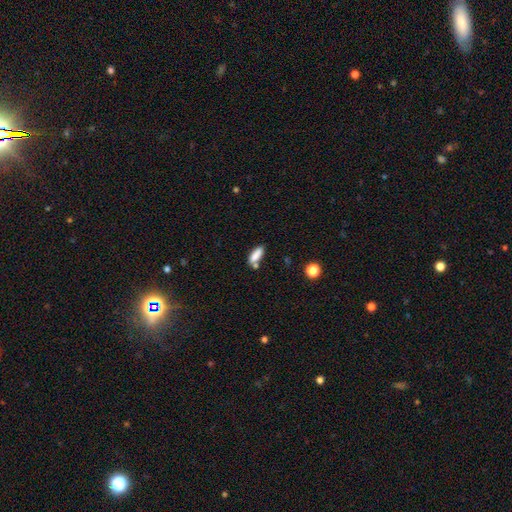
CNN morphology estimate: Q: Smooth or featured?
A: smooth (83%); runner-up: featured or disk (9%)
Q: How rounded?
A: in between (59%); runner-up: cigar-shaped (39%)
Q: Merging?
A: none (59%); runner-up: merger (21%)